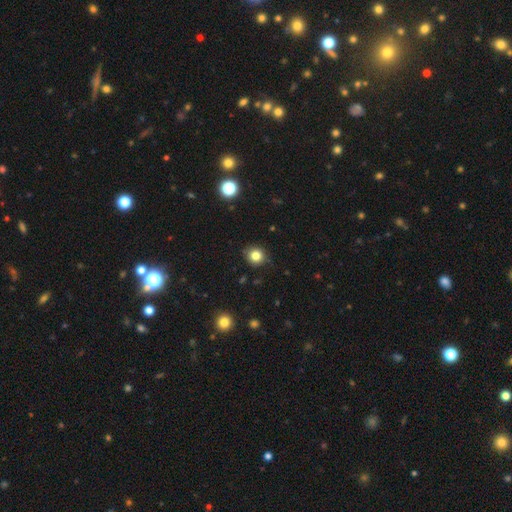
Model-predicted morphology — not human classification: smooth_or_featured: smooth (p=0.82) [alt: star or artifact p=0.12]
how_rounded: round (p=0.88) [alt: in between p=0.11]
merging: none (p=0.88) [alt: minor disturbance p=0.09]